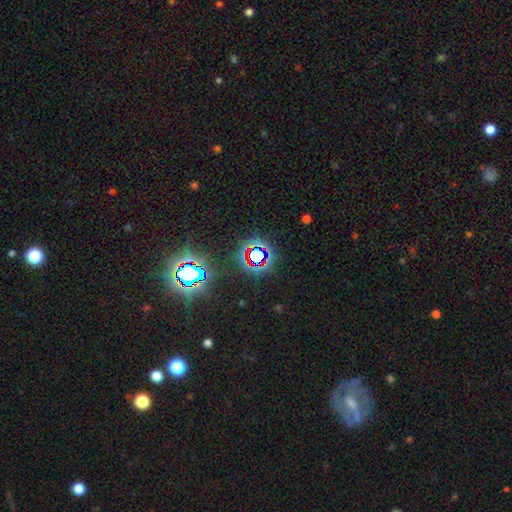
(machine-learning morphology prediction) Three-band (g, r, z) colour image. It shows a star or artifact, not a galaxy (71%).